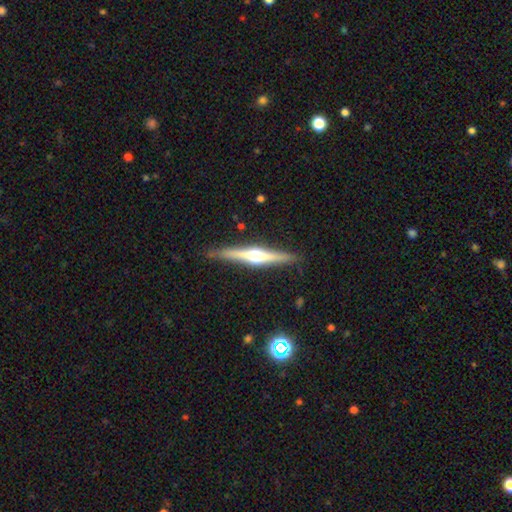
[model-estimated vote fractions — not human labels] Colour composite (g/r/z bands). It shows a featured or disk galaxy (74%) viewed edge-on (98%) with a rounded central bulge (94%). Merging: none (88%).